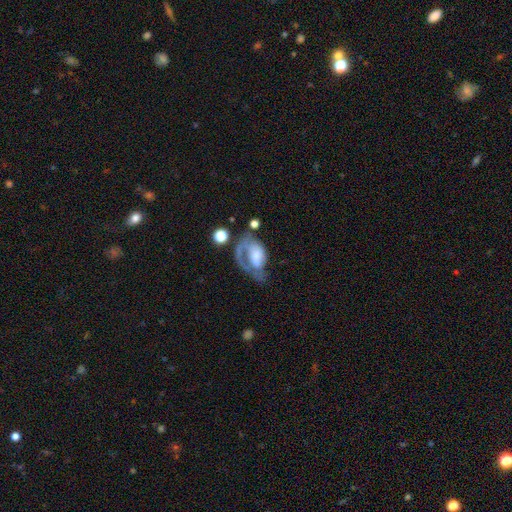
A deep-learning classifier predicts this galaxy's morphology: Q: Smooth or featured?
A: featured or disk (64%); runner-up: smooth (28%)
Q: Edge-on disk?
A: no (96%); runner-up: yes (4%)
Q: Bar?
A: no (71%); runner-up: weak (23%)
Q: Spiral arms?
A: yes (73%); runner-up: no (27%)
Q: Bulge size?
A: small (29%); runner-up: moderate (28%)
Q: Merging?
A: major disturbance (44%); runner-up: none (28%)